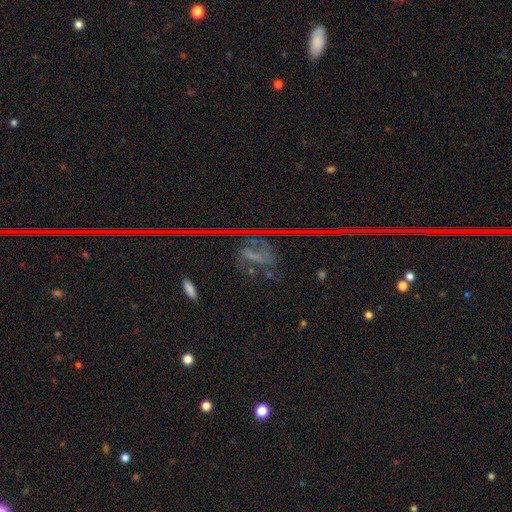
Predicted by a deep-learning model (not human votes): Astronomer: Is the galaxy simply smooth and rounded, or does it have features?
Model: star or artifact — 47% (runner-up: featured or disk, 31%).